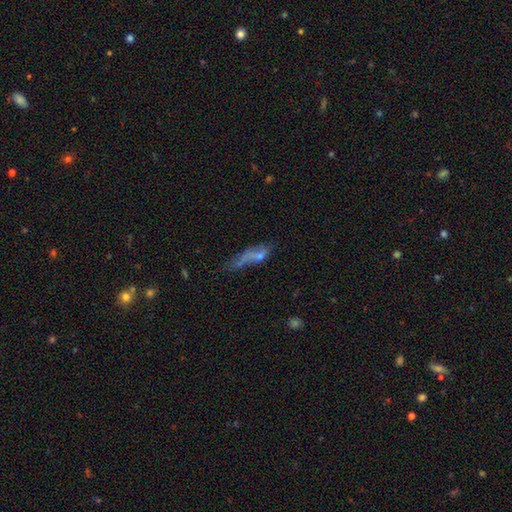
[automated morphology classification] This appears to be a smooth galaxy with no disk features (51%) that is cigar-shaped (50%). Merging: major disturbance (37%).